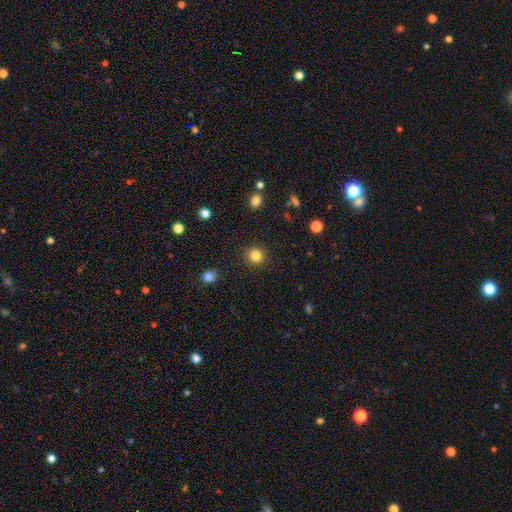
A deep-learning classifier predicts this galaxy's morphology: Smooth or featured? Predicted: smooth (p=0.84). How rounded? Predicted: round (p=0.91). Merging? Predicted: none (p=0.91).